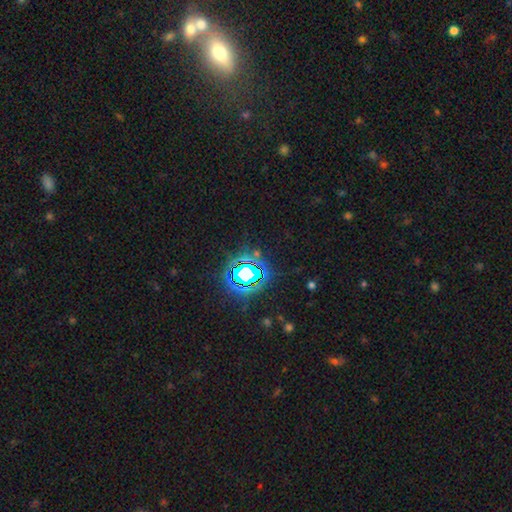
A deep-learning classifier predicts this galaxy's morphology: Smooth or featured?
  - star or artifact: 77% *
  - smooth: 14%
  - featured or disk: 9%